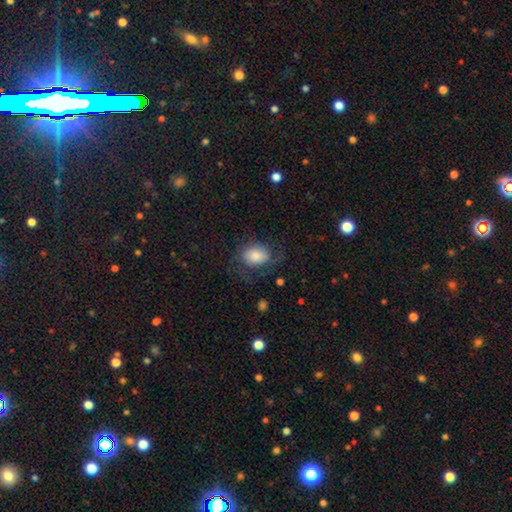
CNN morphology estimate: Smooth or featured? smooth (56%)
How rounded? in between (69%)
Merging? none (50%)